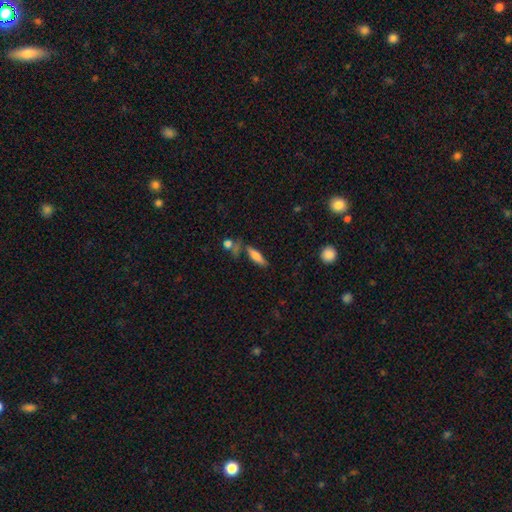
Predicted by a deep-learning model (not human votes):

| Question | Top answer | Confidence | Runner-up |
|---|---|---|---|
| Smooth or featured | smooth | 71% | featured or disk (21%) |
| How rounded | cigar-shaped | 59% | in between (39%) |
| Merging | none | 67% | minor disturbance (16%) |